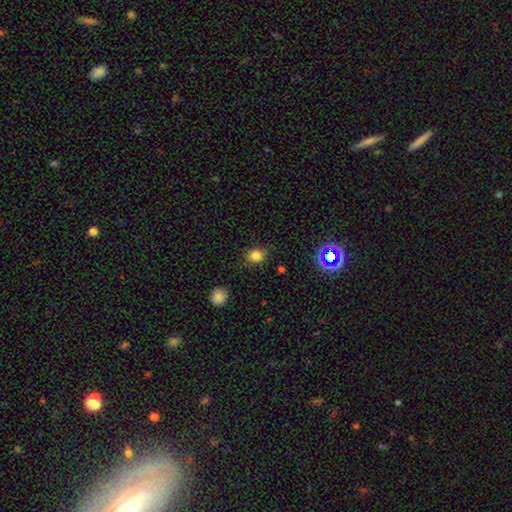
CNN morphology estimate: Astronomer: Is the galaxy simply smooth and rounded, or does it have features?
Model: smooth — 82%.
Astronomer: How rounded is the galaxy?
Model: round — 62%.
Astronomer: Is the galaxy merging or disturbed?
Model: none — 84%.